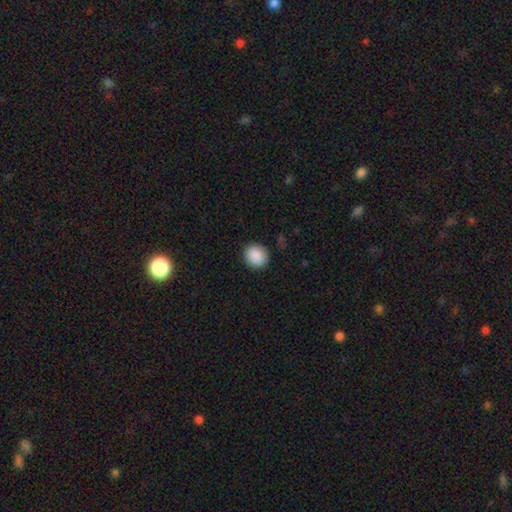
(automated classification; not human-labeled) Q: Smooth or featured?
A: smooth (90%); runner-up: star or artifact (8%)
Q: How rounded?
A: round (82%); runner-up: in between (17%)
Q: Merging?
A: none (89%); runner-up: minor disturbance (7%)